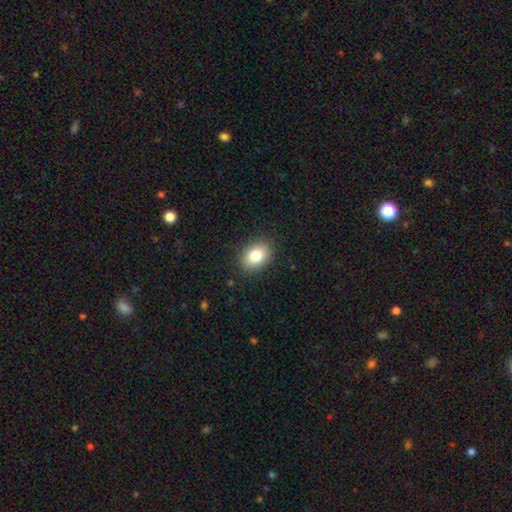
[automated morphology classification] This is clearly a smooth galaxy (82%). How rounded: likely in between (76%). Merging: clearly none (87%).